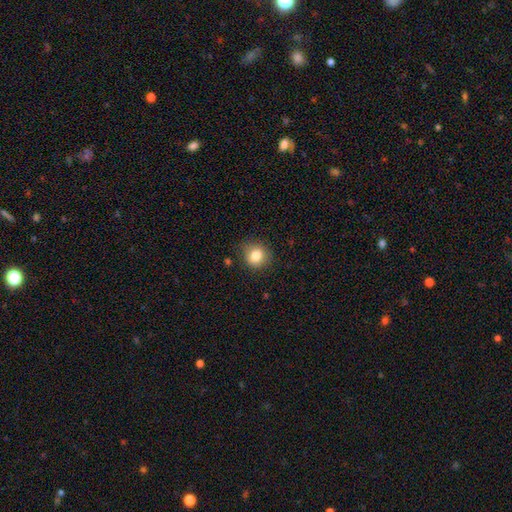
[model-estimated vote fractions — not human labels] smooth_or_featured: smooth (p=0.81) [alt: star or artifact p=0.10]
how_rounded: round (p=0.83) [alt: in between p=0.16]
merging: none (p=0.84) [alt: minor disturbance p=0.12]